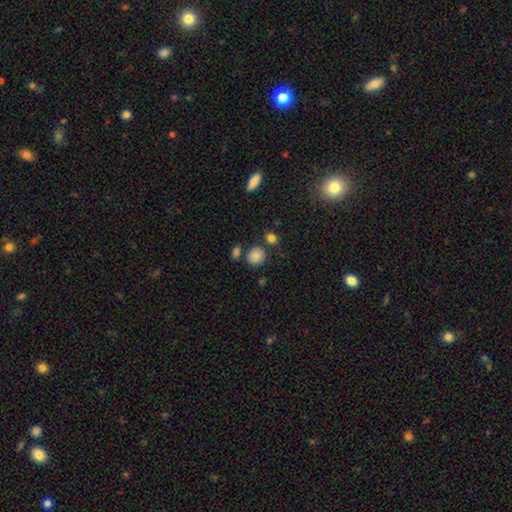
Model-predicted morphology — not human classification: type=smooth (84%); roundness=round (77%); merging=none (71%).